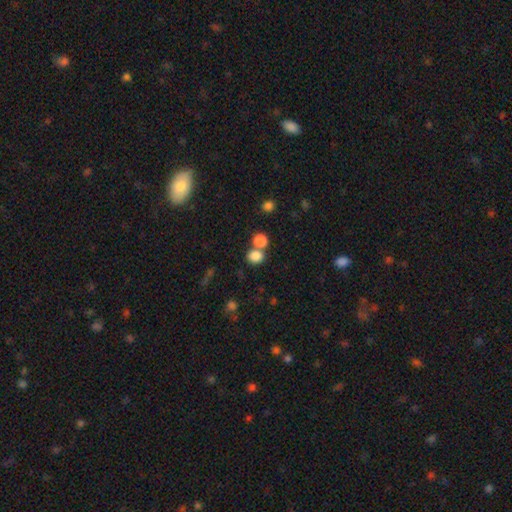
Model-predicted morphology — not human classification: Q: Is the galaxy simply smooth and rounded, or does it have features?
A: smooth — 82%.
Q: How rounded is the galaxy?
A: round — 67%.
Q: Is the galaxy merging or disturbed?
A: none — 55%.